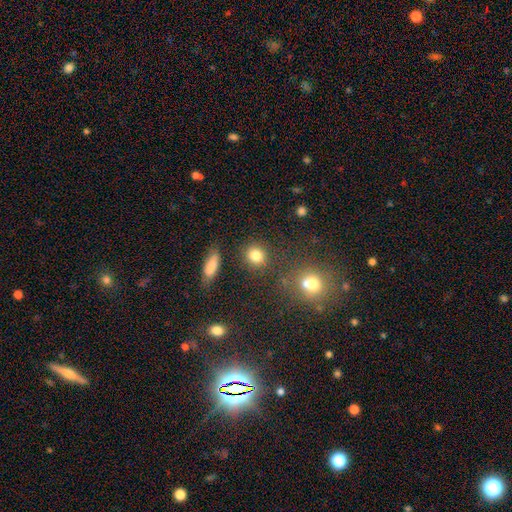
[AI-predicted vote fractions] smooth_or_featured: smooth (p=0.81) [alt: star or artifact p=0.12]
how_rounded: round (p=0.79) [alt: in between p=0.19]
merging: none (p=0.82) [alt: minor disturbance p=0.09]